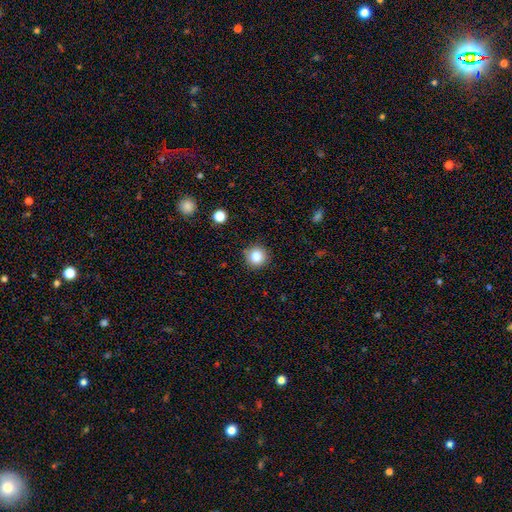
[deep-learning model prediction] This appears to be a smooth galaxy with no disk features (83%) that is round (94%). Merging: none (90%).